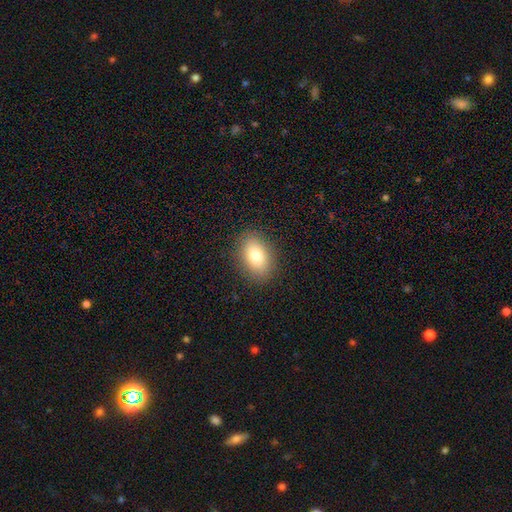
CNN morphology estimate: A smooth galaxy with no disk features (82%) that is in between round and cigar-shaped (86%).

Vote fractions:
- Smooth or featured? smooth: 82% / featured or disk: 10% / star or artifact: 8%
- How rounded? in between: 86% / round: 12% / cigar-shaped: 2%
- Merging? none: 88% / minor disturbance: 8% / major disturbance: 3% / merger: 1%